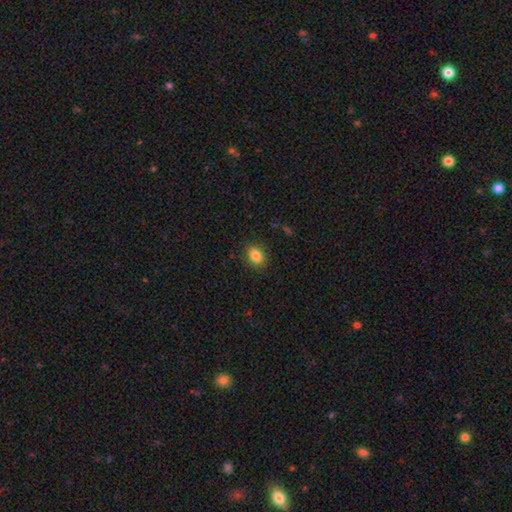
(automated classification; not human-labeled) Smooth or featured? smooth (84%)
How rounded? in between (62%)
Merging? none (87%)